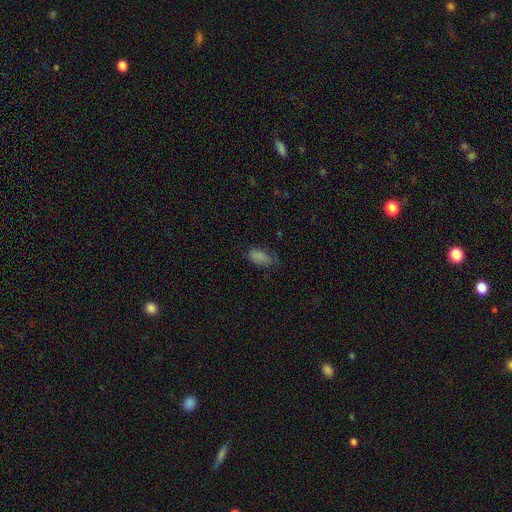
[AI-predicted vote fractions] A smooth galaxy with no disk features (78%) that is in between round and cigar-shaped (91%).

Vote fractions:
- Smooth or featured? smooth: 78% / star or artifact: 15% / featured or disk: 7%
- How rounded? in between: 91% / cigar-shaped: 5% / round: 5%
- Merging? none: 66% / minor disturbance: 24% / major disturbance: 8% / merger: 2%